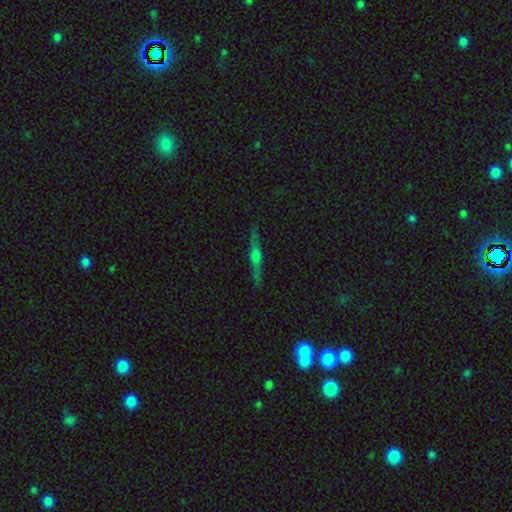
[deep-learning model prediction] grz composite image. It shows a featured or disk galaxy (71%) viewed edge-on (97%) with a rounded central bulge (87%). Merging: none (88%).